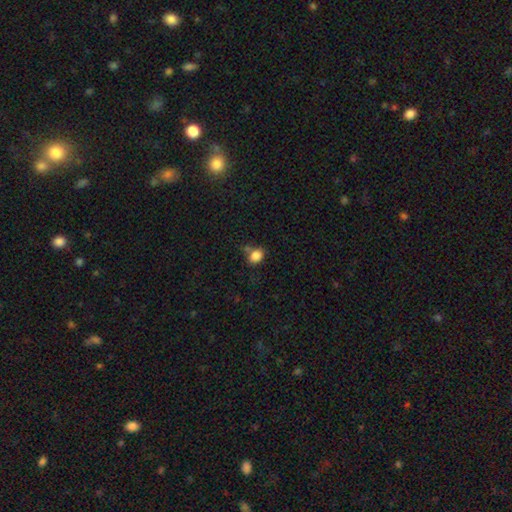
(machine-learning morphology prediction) Q: Smooth or featured?
A: smooth (84%); runner-up: star or artifact (11%)
Q: How rounded?
A: round (50%); runner-up: in between (49%)
Q: Merging?
A: none (61%); runner-up: minor disturbance (19%)